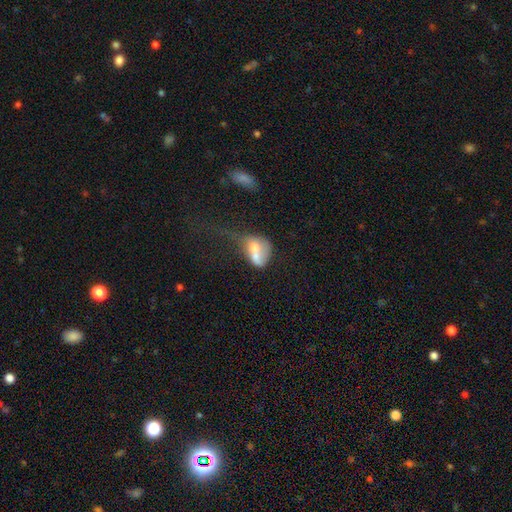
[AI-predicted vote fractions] This appears to be a smooth galaxy with no disk features (59%) that is in between round and cigar-shaped (64%). Merging: merger (65%).